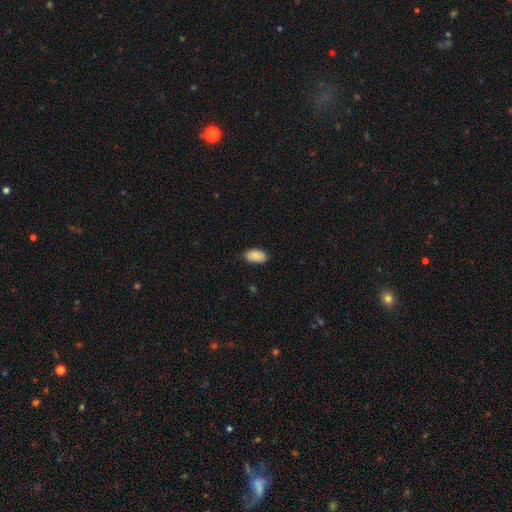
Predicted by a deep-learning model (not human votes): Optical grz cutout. It shows a smooth galaxy with no disk features (86%) that is in between round and cigar-shaped (94%). Merging: none (80%).